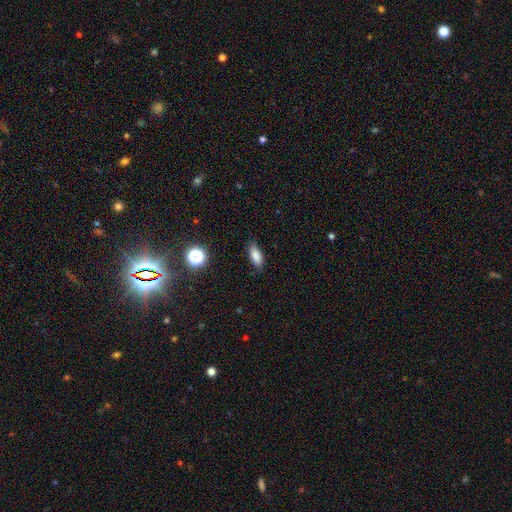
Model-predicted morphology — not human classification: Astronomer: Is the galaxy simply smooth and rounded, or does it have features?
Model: smooth — 84%.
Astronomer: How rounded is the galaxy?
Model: in between — 75%.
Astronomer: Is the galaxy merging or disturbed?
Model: none — 84%.